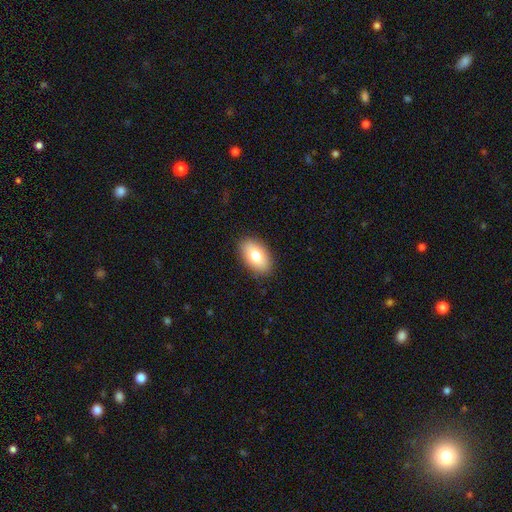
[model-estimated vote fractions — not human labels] The model was most divided on "smooth or featured": smooth: 77%, featured or disk: 15%, star or artifact: 7%. More confident: how rounded — in between (92%); merging — none (89%).